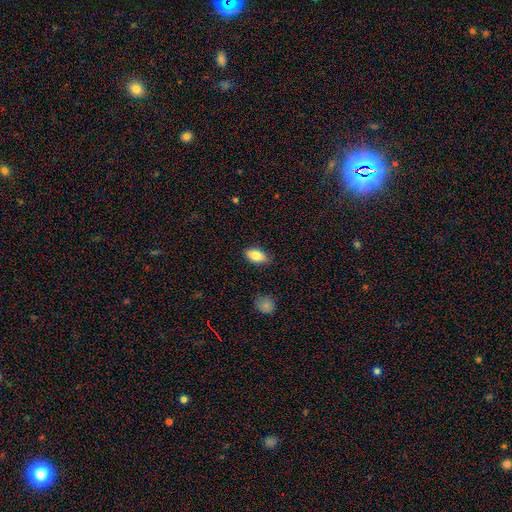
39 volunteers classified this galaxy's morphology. Smooth or featured? 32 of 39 (82%) said smooth. How rounded? 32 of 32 (100%) said in between. Merging? 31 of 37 (84%) said none.